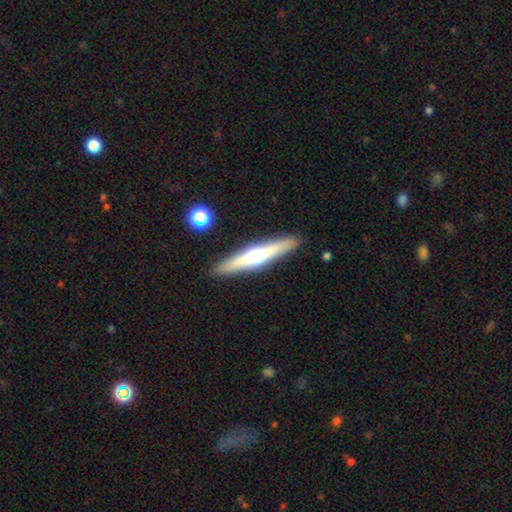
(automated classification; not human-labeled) A featured or disk galaxy (62%) viewed edge-on (95%) with a rounded central bulge (92%).

Vote fractions:
- Smooth or featured? featured or disk: 62% / smooth: 32% / star or artifact: 6%
- Edge-on disk? yes: 95% / no: 5%
- Edge-on bulge? rounded: 92% / none: 5% / boxy: 4%
- Merging? none: 90% / minor disturbance: 7% / major disturbance: 2% / merger: 2%